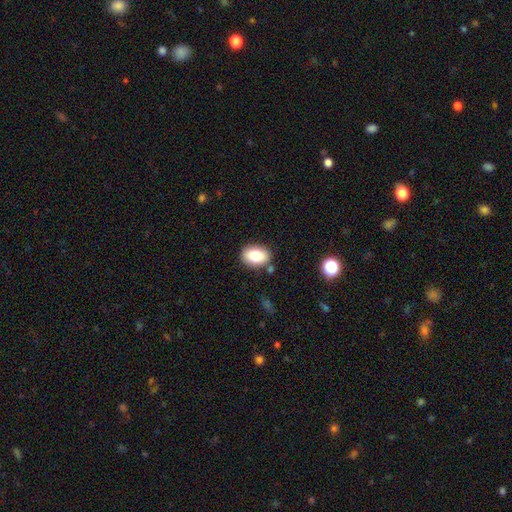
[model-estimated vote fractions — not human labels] Smooth or featured: smooth — 80% (featured or disk — 11%)
How rounded: in between — 83% (round — 16%)
Merging: none — 82% (minor disturbance — 11%)